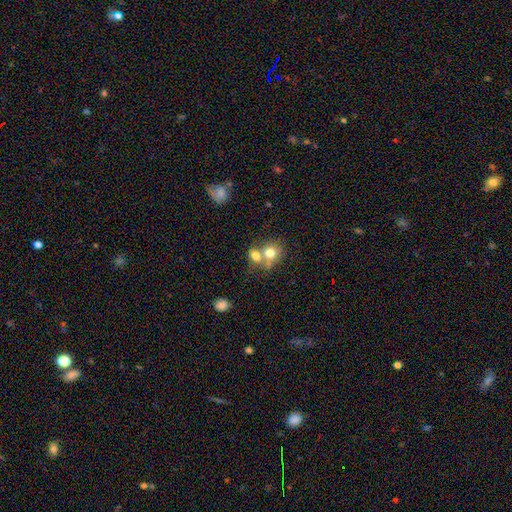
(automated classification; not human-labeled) This is likely a smooth galaxy (75%). How rounded: likely round (65%). Merging: possibly merger (59%).